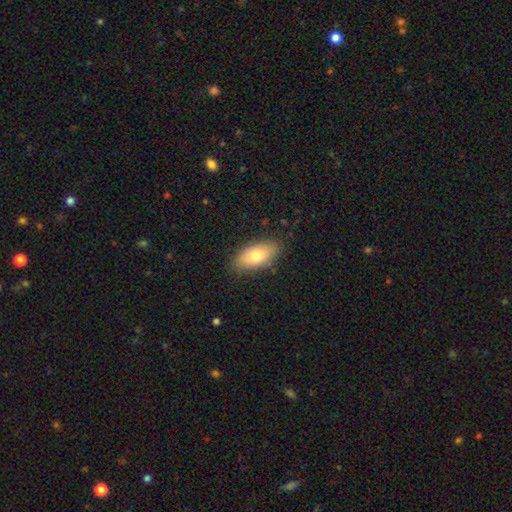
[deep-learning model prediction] smooth-or-featured: smooth: 74% | featured or disk: 19% | star or artifact: 7%
  how-rounded: in between: 89% | cigar-shaped: 6% | round: 5%
  merging: none: 84% | minor disturbance: 12% | major disturbance: 3% | merger: 1%